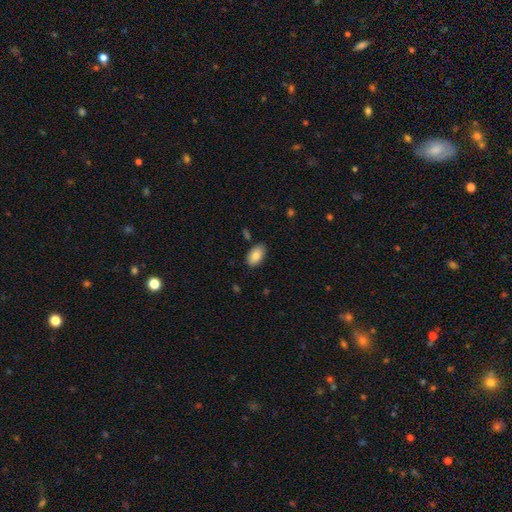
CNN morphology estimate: Overall: smooth (84%). How rounded: in between (94%). Merging: none (84%).